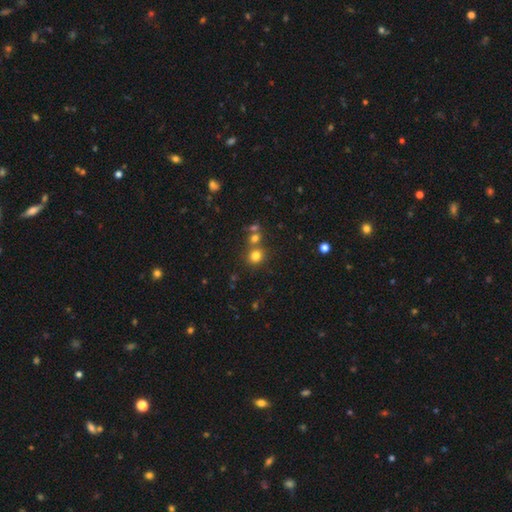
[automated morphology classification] Smooth or featured?
  - smooth: 77% *
  - star or artifact: 16%
  - featured or disk: 7%
How rounded?
  - round: 87% *
  - in between: 13%
  - cigar-shaped: 1%
Merging?
  - none: 67% *
  - merger: 22%
  - minor disturbance: 8%
  - major disturbance: 3%